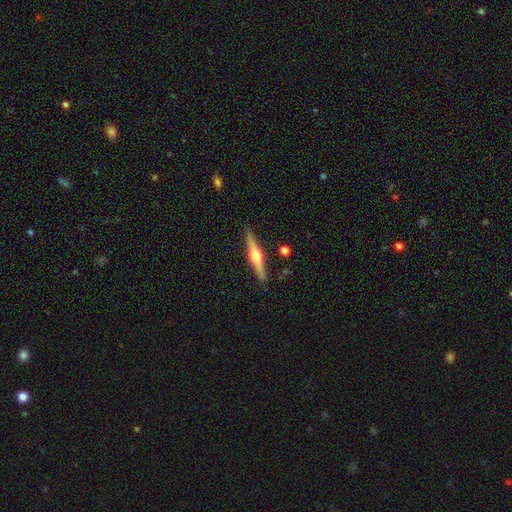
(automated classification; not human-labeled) A featured or disk galaxy (71%) viewed edge-on (98%) with a rounded central bulge (93%). Merging: none (88%).